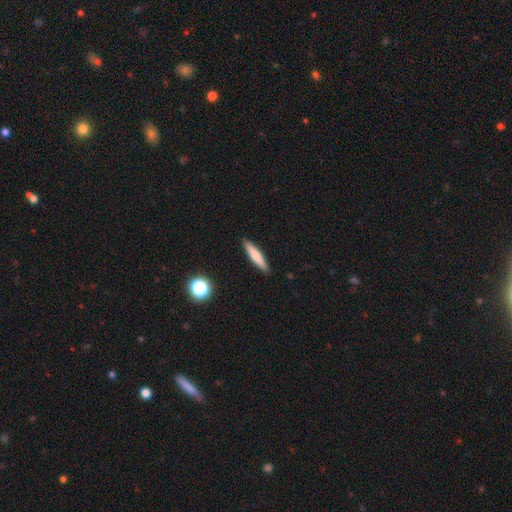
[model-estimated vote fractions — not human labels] Q: Smooth or featured?
A: smooth (67%); runner-up: featured or disk (26%)
Q: How rounded?
A: cigar-shaped (88%); runner-up: in between (11%)
Q: Merging?
A: none (91%); runner-up: minor disturbance (7%)